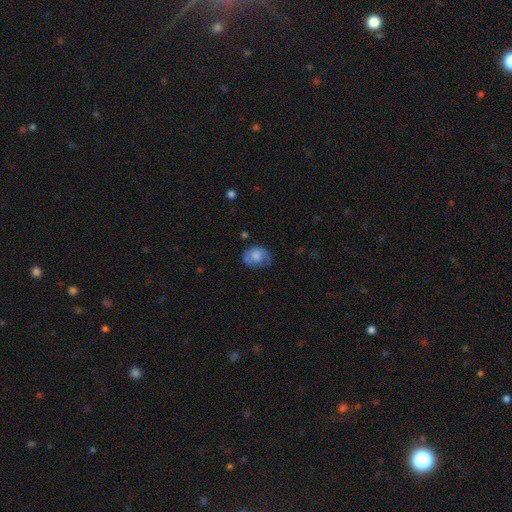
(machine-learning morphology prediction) Smooth or featured? Predicted: smooth (p=0.67). How rounded? Predicted: in between (p=0.54). Merging? Predicted: none (p=0.55).